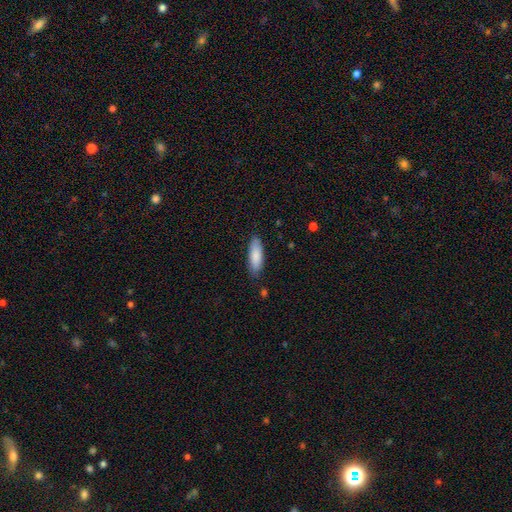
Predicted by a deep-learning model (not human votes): Q: Smooth or featured?
A: smooth (86%); runner-up: featured or disk (8%)
Q: How rounded?
A: in between (60%); runner-up: cigar-shaped (39%)
Q: Merging?
A: none (83%); runner-up: minor disturbance (13%)